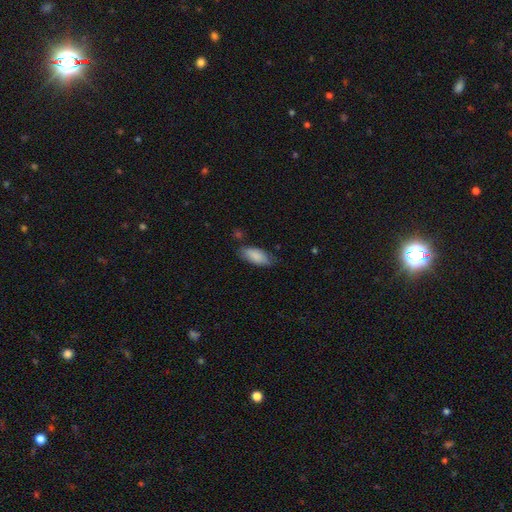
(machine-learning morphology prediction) Smooth or featured: smooth — 87% (featured or disk — 7%)
How rounded: in between — 84% (cigar-shaped — 14%)
Merging: none — 72% (minor disturbance — 21%)